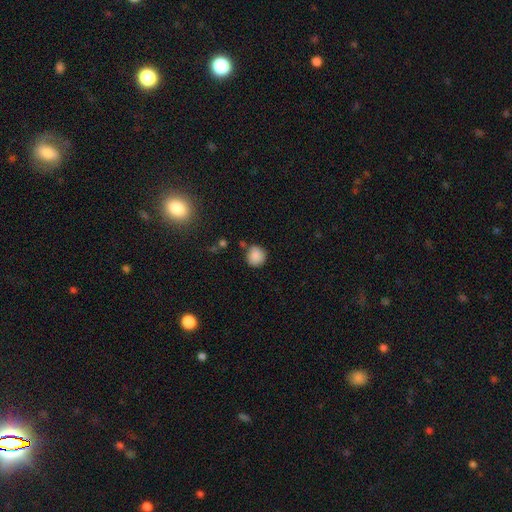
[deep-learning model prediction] This appears to be a smooth galaxy with no disk features (87%) that is round (89%). Merging: none (77%).